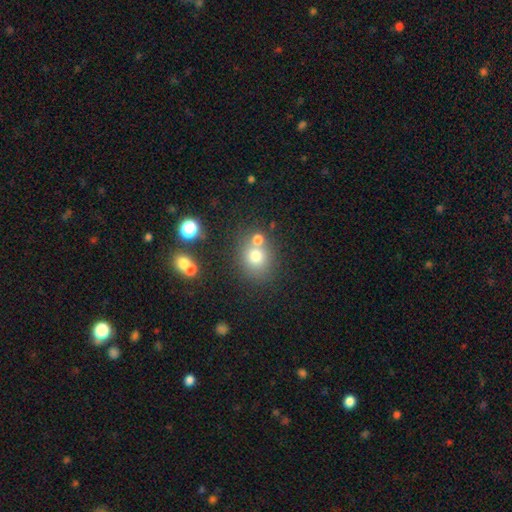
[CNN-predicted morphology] Smooth or featured: smooth — 73% (star or artifact — 15%)
How rounded: round — 77% (in between — 22%)
Merging: none — 58% (merger — 28%)